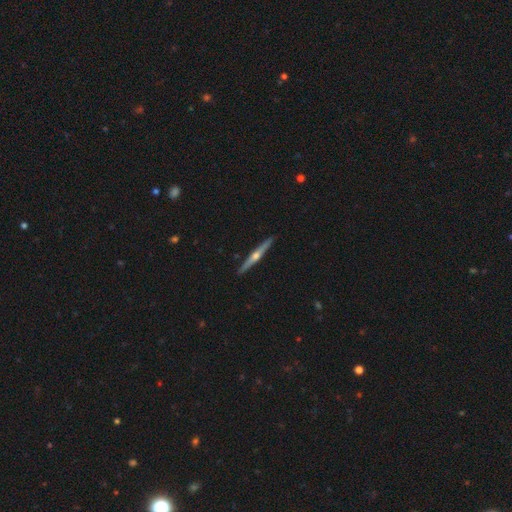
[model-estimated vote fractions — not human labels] smooth_or_featured: featured or disk (p=0.77) [alt: smooth p=0.18]
disk_edge_on: yes (p=0.98) [alt: no p=0.02]
edge_on_bulge: rounded (p=0.92) [alt: none p=0.05]
merging: none (p=0.93) [alt: minor disturbance p=0.05]